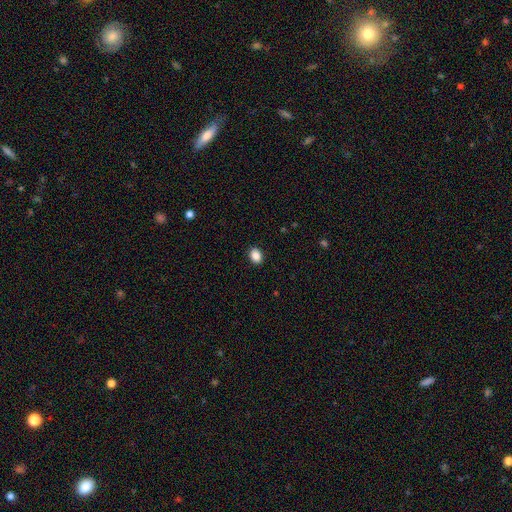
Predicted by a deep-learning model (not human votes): Smooth or featured: smooth — 88% (star or artifact — 9%)
How rounded: in between — 70% (round — 29%)
Merging: none — 90% (minor disturbance — 7%)